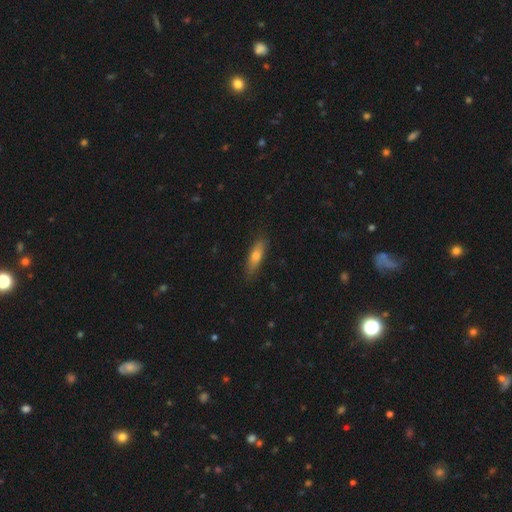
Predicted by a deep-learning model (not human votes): Morphology: type=smooth (67%); roundness=cigar-shaped (64%); merging=none (84%).